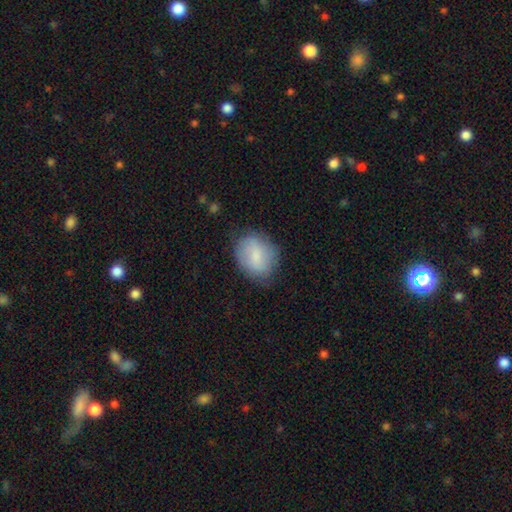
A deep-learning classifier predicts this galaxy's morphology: This is likely a smooth galaxy (75%). How rounded: possibly in between (57%). Merging: likely none (74%).